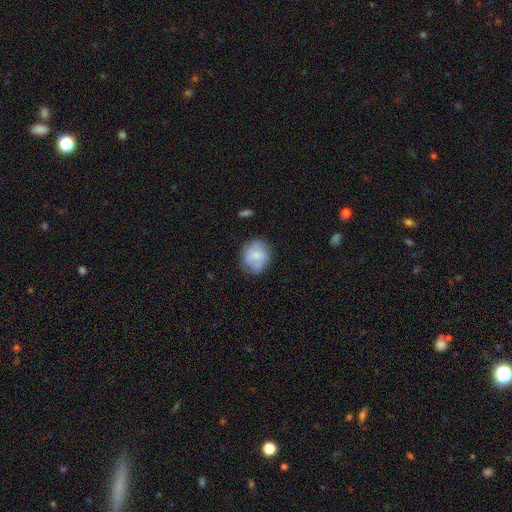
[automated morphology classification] The model was most divided on "smooth or featured": smooth: 61%, featured or disk: 32%, star or artifact: 8%. More confident: how rounded — round (79%); merging — none (67%).